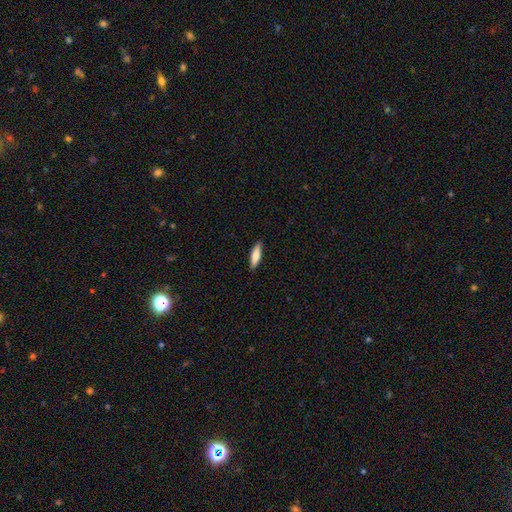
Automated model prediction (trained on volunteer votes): A smooth galaxy with no disk features (75%) that is cigar-shaped (63%). Merging: none (90%).